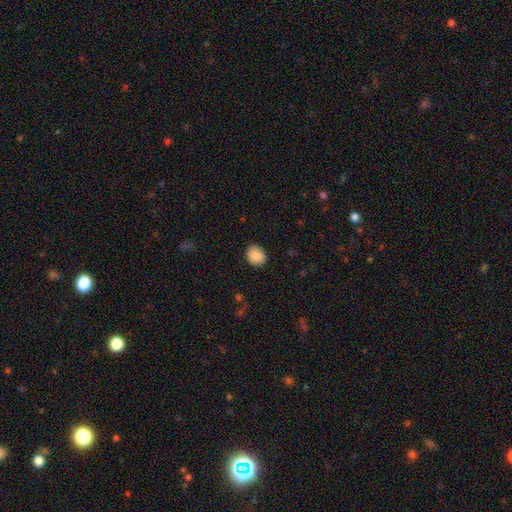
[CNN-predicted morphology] This appears to be a smooth galaxy with no disk features (89%) that is round (65%). Merging: none (86%).